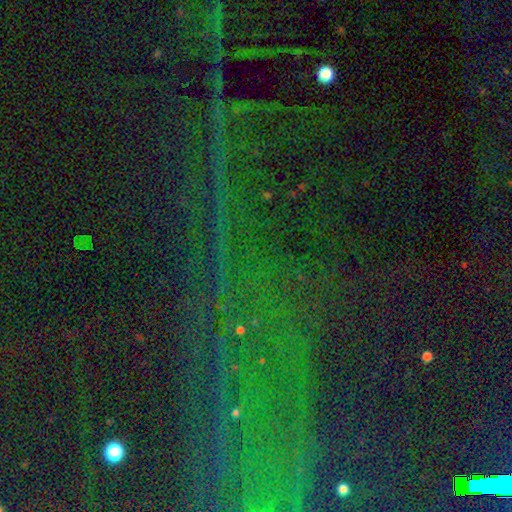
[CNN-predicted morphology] smooth-or-featured: star or artifact: 85% | featured or disk: 8% | smooth: 7%